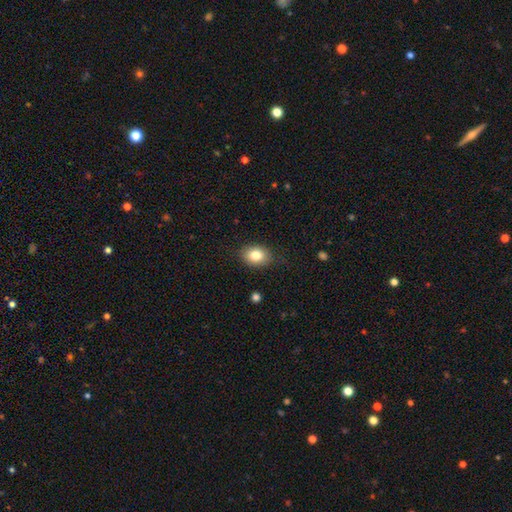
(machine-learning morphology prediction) smooth-or-featured: smooth: 82% | star or artifact: 9% | featured or disk: 9%
  how-rounded: in between: 65% | round: 34% | cigar-shaped: 1%
  merging: none: 83% | minor disturbance: 12% | major disturbance: 3% | merger: 1%